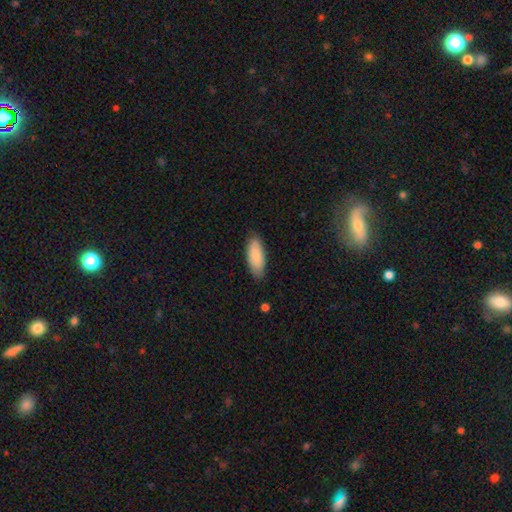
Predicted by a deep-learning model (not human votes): This appears to be a smooth galaxy with no disk features (85%) that is in between round and cigar-shaped (84%). Merging: none (82%).